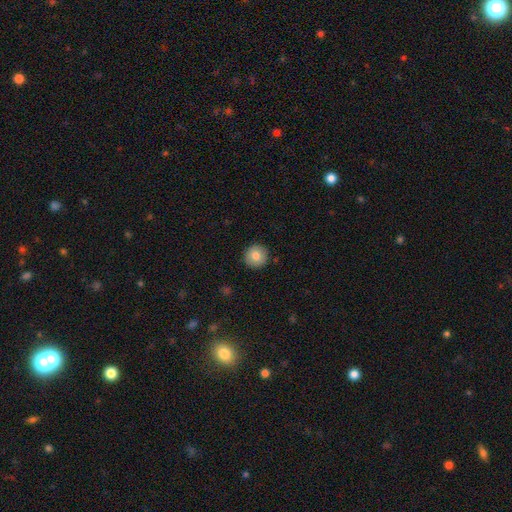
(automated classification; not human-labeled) Q: Smooth or featured?
A: smooth (81%); runner-up: featured or disk (11%)
Q: How rounded?
A: round (95%); runner-up: in between (4%)
Q: Merging?
A: none (91%); runner-up: minor disturbance (6%)